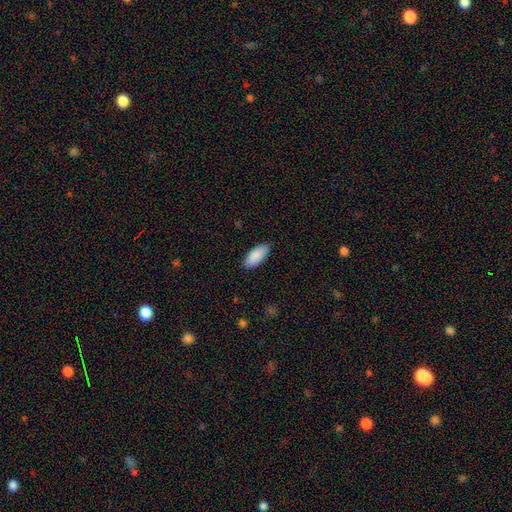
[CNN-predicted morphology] type=smooth (90%); roundness=in between (88%); merging=none (88%).